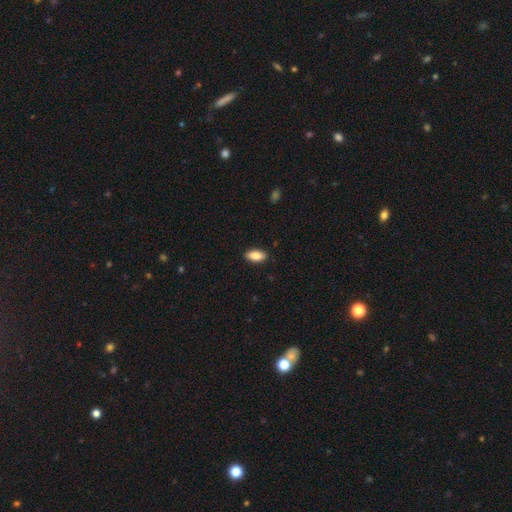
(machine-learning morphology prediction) This appears to be a smooth galaxy with no disk features (86%) that is in between round and cigar-shaped (90%). Merging: none (89%).